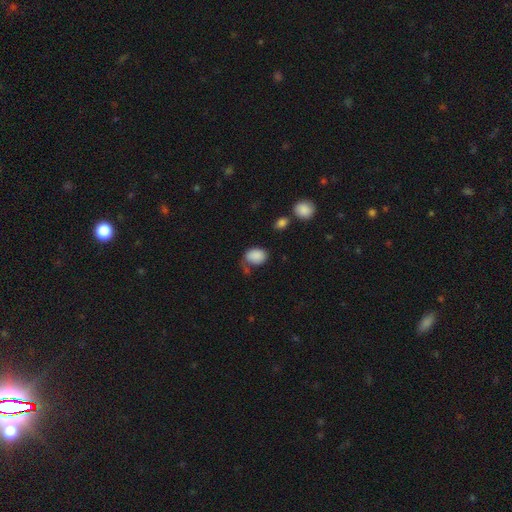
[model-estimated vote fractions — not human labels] smooth_or_featured: smooth (p=0.87) [alt: star or artifact p=0.08]
how_rounded: in between (p=0.67) [alt: round p=0.32]
merging: none (p=0.59) [alt: minor disturbance p=0.23]